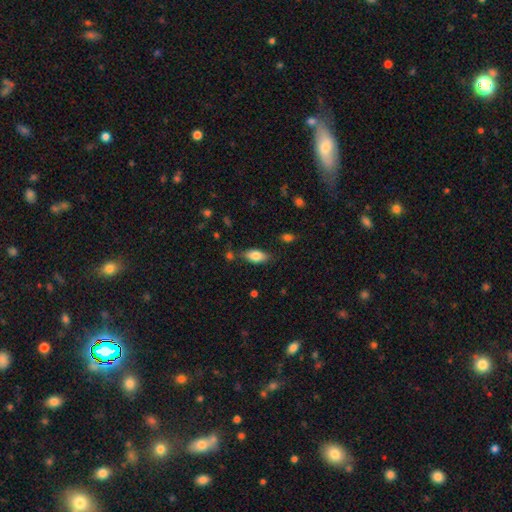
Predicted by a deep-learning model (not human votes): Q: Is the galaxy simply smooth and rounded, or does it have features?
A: smooth — 81%.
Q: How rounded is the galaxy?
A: in between — 89%.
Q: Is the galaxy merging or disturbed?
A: none — 78%.